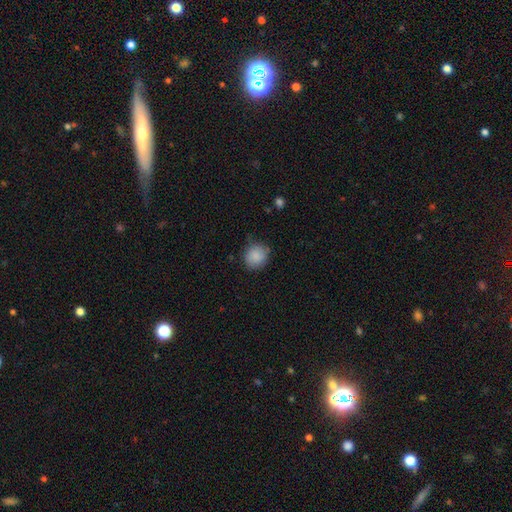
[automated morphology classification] type=smooth (87%); roundness=round (84%); merging=none (77%).